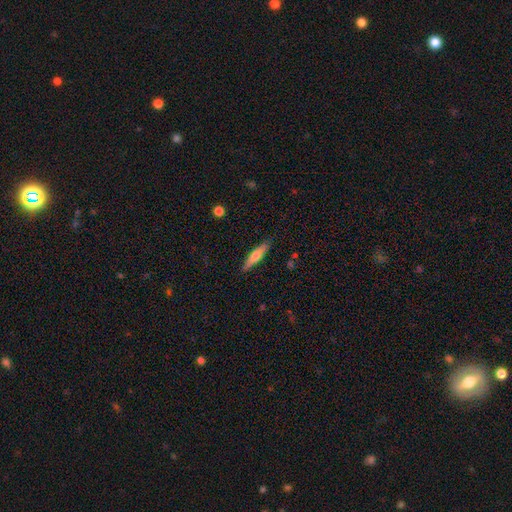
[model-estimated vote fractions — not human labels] Smooth or featured? Predicted: smooth (p=0.53). How rounded? Predicted: cigar-shaped (p=0.83). Merging? Predicted: none (p=0.89).